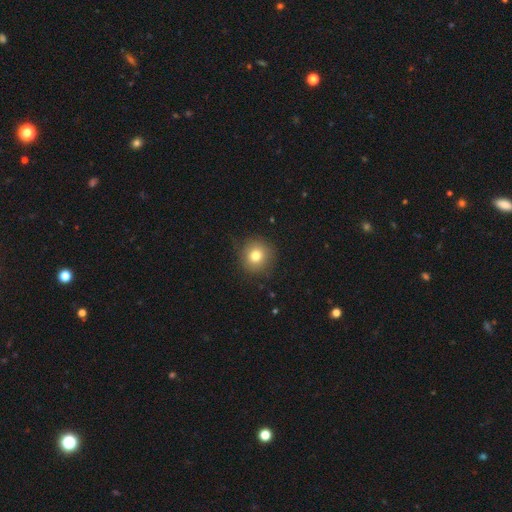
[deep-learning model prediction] Q: Smooth or featured?
A: smooth (78%); runner-up: star or artifact (11%)
Q: How rounded?
A: round (92%); runner-up: in between (7%)
Q: Merging?
A: none (86%); runner-up: minor disturbance (10%)